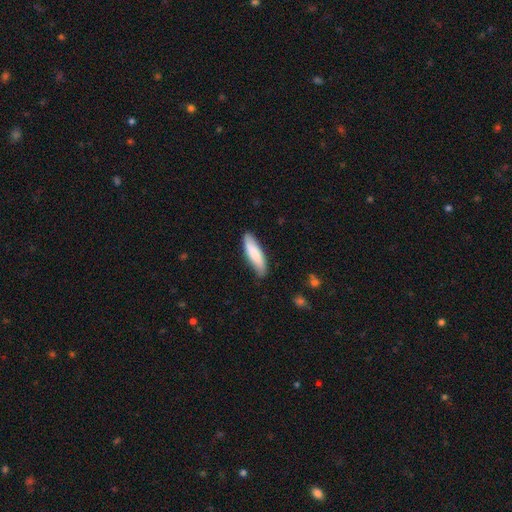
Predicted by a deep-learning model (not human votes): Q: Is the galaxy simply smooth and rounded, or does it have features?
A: smooth — 79%.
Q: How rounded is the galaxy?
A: cigar-shaped — 63%.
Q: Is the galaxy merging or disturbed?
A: none — 80%.